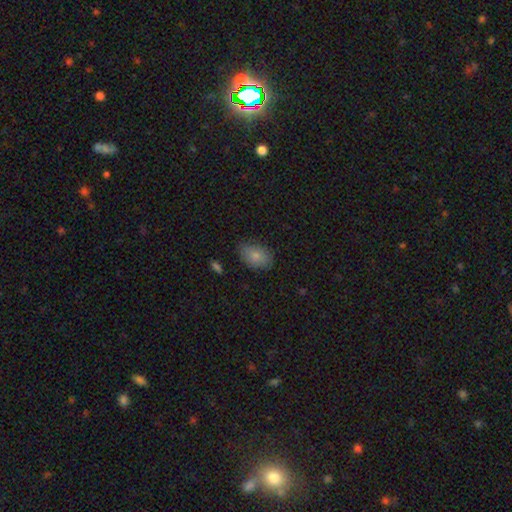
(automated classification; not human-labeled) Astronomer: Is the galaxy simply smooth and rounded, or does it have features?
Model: smooth — 84%.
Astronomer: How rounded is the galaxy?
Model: in between — 83%.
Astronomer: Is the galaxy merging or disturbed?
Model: none — 76%.